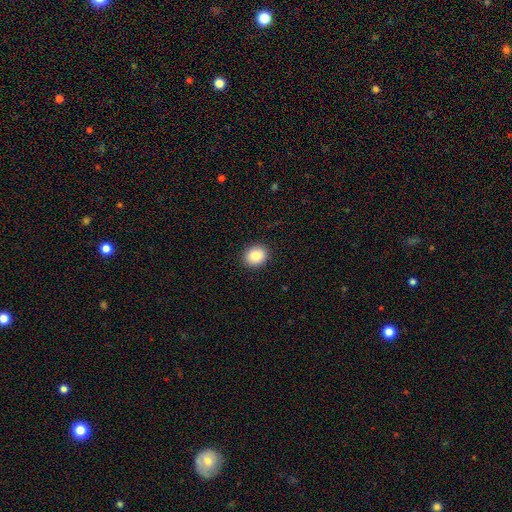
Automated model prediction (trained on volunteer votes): This is clearly a smooth galaxy (87%). How rounded: likely round (64%). Merging: clearly none (91%).